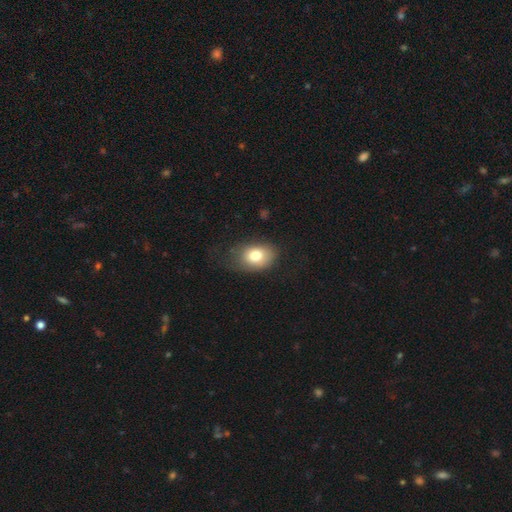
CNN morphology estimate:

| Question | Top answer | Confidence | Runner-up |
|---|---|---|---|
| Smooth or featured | smooth | 77% | featured or disk (14%) |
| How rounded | in between | 75% | round (24%) |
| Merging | none | 65% | minor disturbance (24%) |